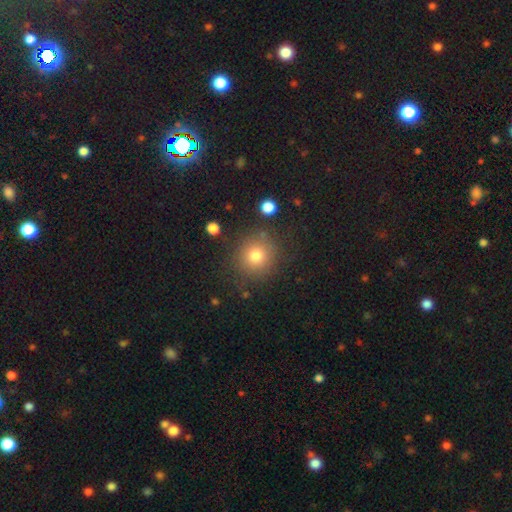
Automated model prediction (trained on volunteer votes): Smooth or featured? smooth (77%)
How rounded? round (90%)
Merging? none (83%)